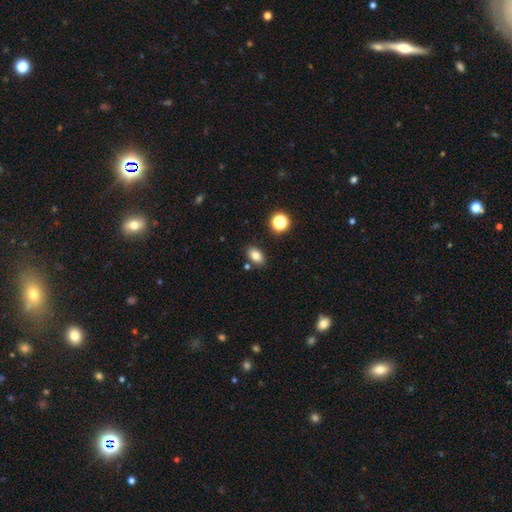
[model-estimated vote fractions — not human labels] Smooth or featured? Predicted: smooth (p=0.81). How rounded? Predicted: in between (p=0.86). Merging? Predicted: none (p=0.83).